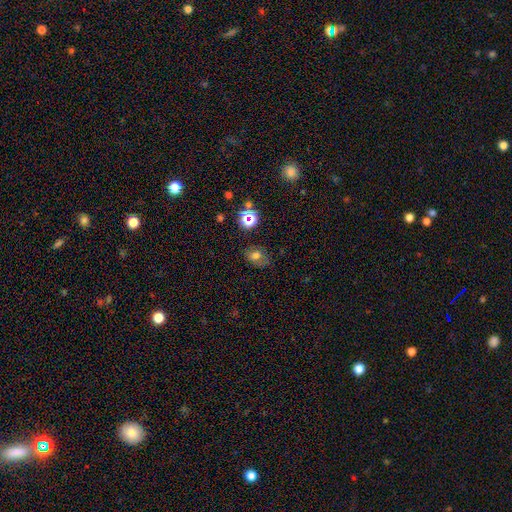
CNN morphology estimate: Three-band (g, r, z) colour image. It shows a smooth galaxy with no disk features (63%) that is in between round and cigar-shaped (62%). Merging: none (68%).